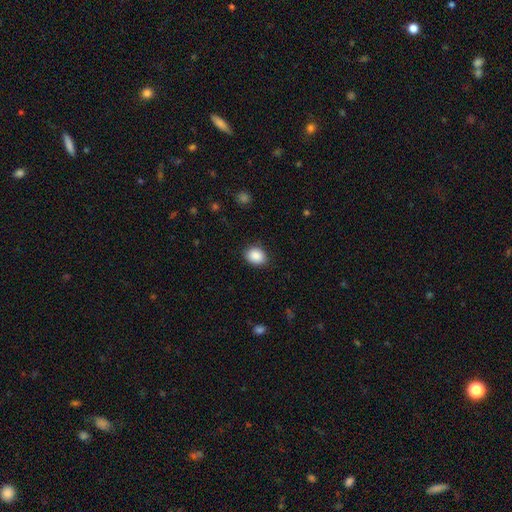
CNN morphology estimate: Smooth or featured?
  - smooth: 89% *
  - star or artifact: 8%
  - featured or disk: 3%
How rounded?
  - in between: 59% *
  - round: 40%
  - cigar-shaped: 1%
Merging?
  - none: 87% *
  - minor disturbance: 10%
  - major disturbance: 3%
  - merger: 1%